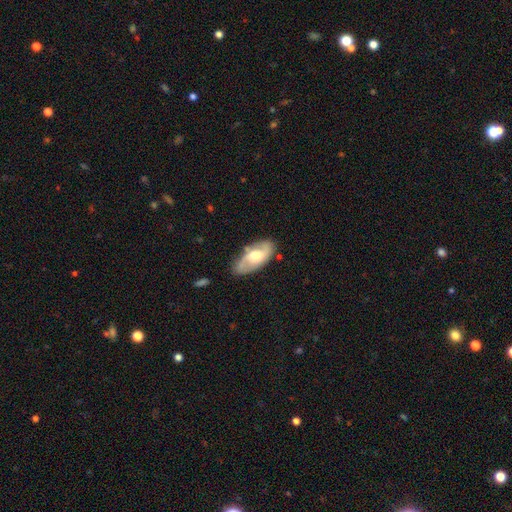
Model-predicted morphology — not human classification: Smooth or featured: featured or disk — 57% (smooth — 37%)
Edge-on disk: no — 89% (yes — 11%)
Bar: no — 51% (weak — 39%)
Spiral arms: yes — 79% (no — 21%)
Bulge size: moderate — 63% (small — 19%)
Merging: none — 76% (minor disturbance — 17%)